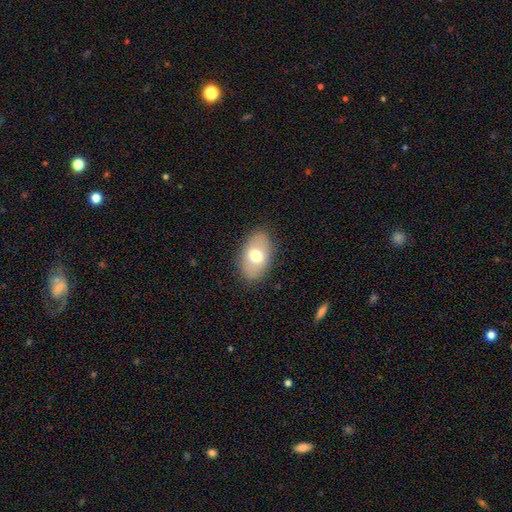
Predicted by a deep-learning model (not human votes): Smooth or featured: smooth — 68% (featured or disk — 25%)
How rounded: in between — 89% (round — 9%)
Merging: none — 85% (minor disturbance — 11%)